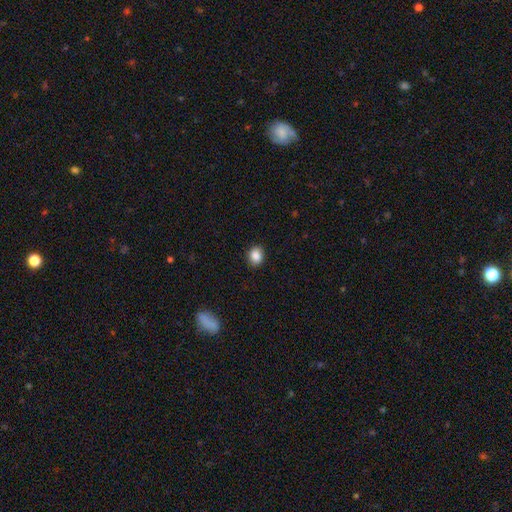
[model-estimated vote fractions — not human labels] Smooth or featured? Predicted: smooth (p=0.87). How rounded? Predicted: round (p=0.58). Merging? Predicted: none (p=0.87).